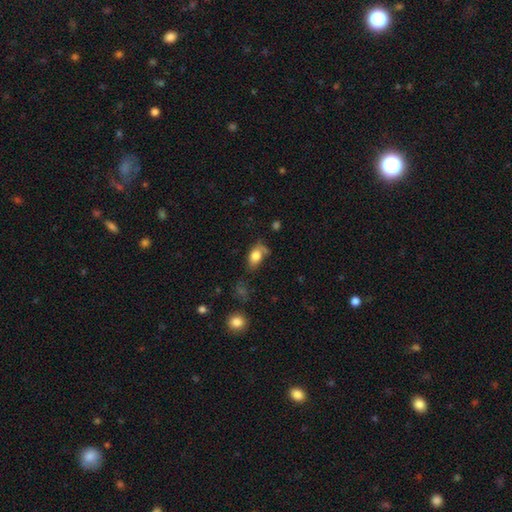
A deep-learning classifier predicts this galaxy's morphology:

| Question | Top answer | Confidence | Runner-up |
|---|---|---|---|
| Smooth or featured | smooth | 78% | featured or disk (14%) |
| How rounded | in between | 85% | round (12%) |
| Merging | none | 46% | minor disturbance (31%) |